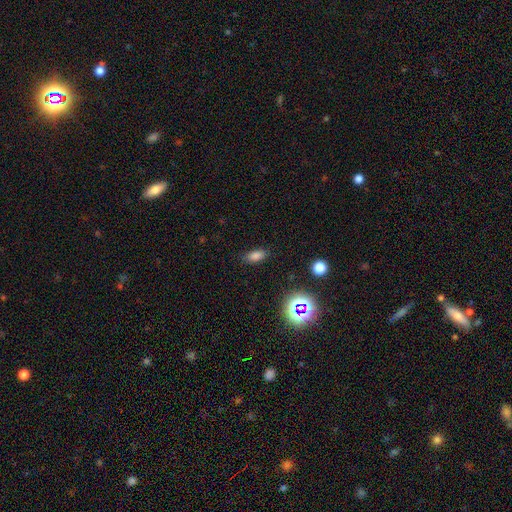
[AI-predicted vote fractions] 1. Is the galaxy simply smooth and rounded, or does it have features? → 78% smooth, 16% star or artifact, 6% featured or disk.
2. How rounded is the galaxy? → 84% in between, 10% cigar-shaped, 6% round.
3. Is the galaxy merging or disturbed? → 84% none, 11% minor disturbance, 3% major disturbance, 1% merger.